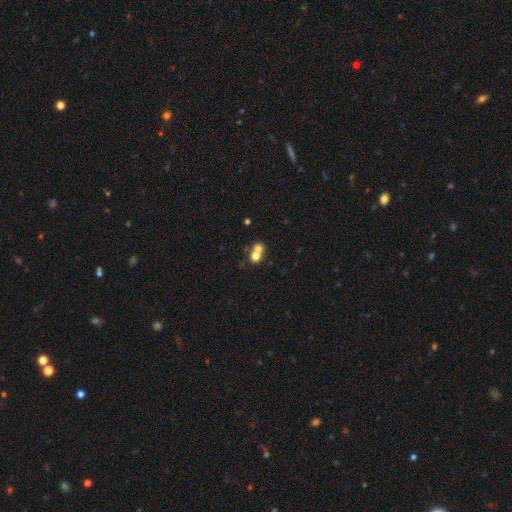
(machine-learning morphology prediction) This is likely a smooth galaxy (69%). How rounded: likely round (74%). Merging: likely merger (64%).